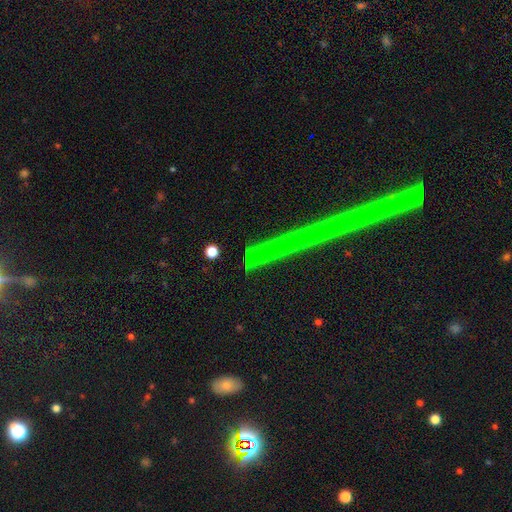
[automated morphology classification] Smooth or featured: star or artifact — 64% (smooth — 20%)